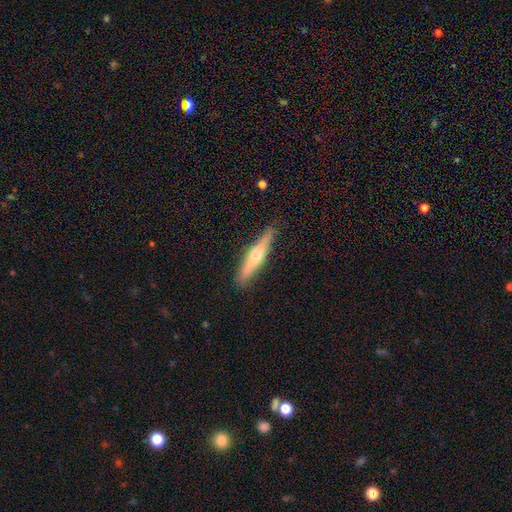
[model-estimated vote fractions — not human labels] Smooth or featured?
  - featured or disk: 51% *
  - smooth: 43%
  - star or artifact: 6%
Edge-on disk?
  - yes: 95% *
  - no: 5%
Merging?
  - none: 89% *
  - minor disturbance: 9%
  - major disturbance: 2%
  - merger: 1%